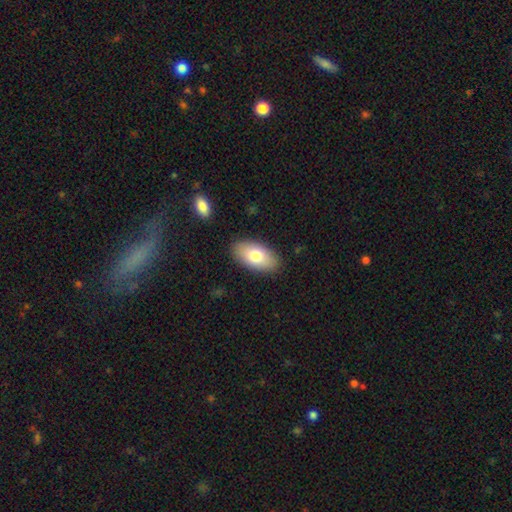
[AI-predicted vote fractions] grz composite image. It shows a smooth galaxy with no disk features (76%) that is in between round and cigar-shaped (94%). Merging: none (87%).